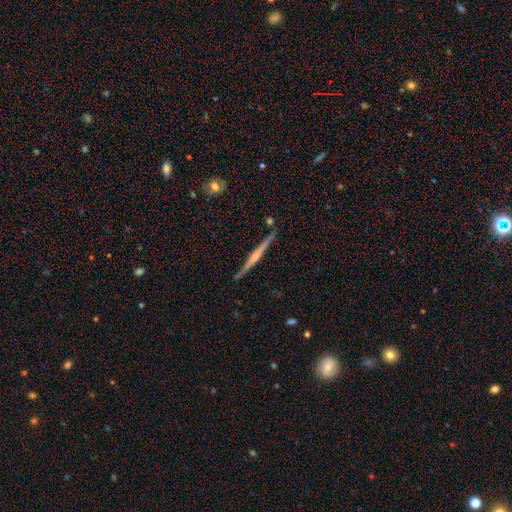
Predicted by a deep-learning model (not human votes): A featured or disk galaxy (70%) viewed edge-on (98%) with no central bulge (43%). Merging: none (89%).